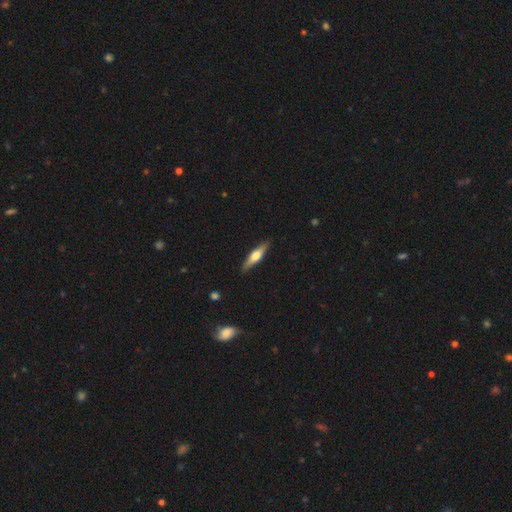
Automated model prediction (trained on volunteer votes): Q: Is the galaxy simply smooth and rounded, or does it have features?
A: featured or disk — 51%.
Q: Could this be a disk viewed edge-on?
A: yes — 94%.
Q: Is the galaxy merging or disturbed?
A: none — 89%.